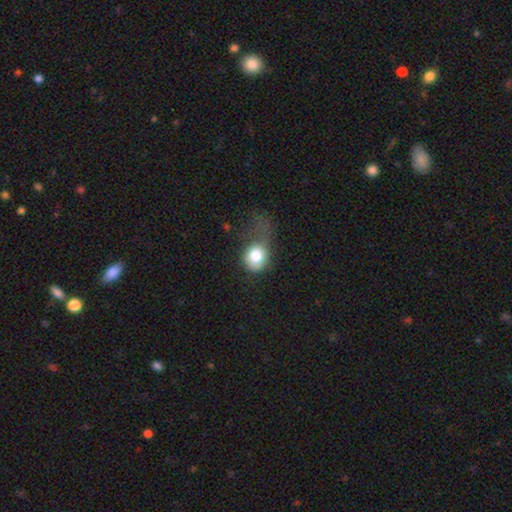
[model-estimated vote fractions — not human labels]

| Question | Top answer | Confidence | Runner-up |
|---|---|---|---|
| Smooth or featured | smooth | 77% | featured or disk (14%) |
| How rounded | round | 63% | in between (36%) |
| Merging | major disturbance | 48% | minor disturbance (27%) |